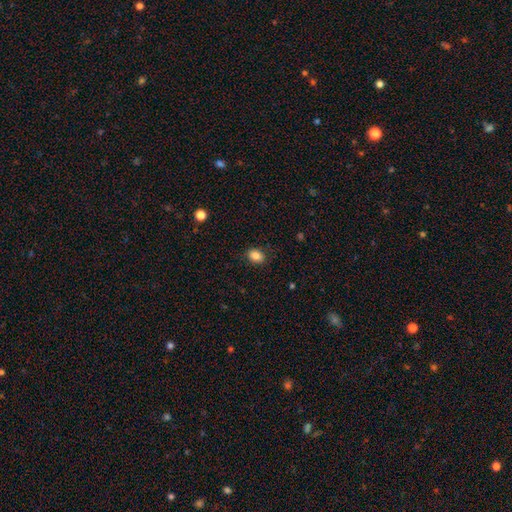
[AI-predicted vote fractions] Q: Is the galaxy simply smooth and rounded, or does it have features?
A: smooth — 85%.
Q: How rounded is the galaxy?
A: in between — 67%.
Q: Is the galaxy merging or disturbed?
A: none — 84%.